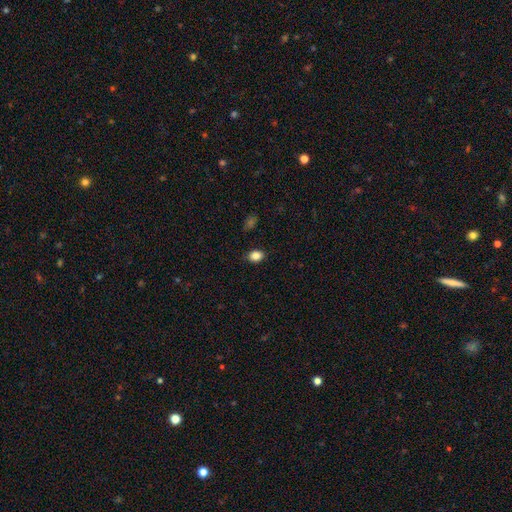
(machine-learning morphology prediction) type=smooth (86%); roundness=in between (70%); merging=none (86%).